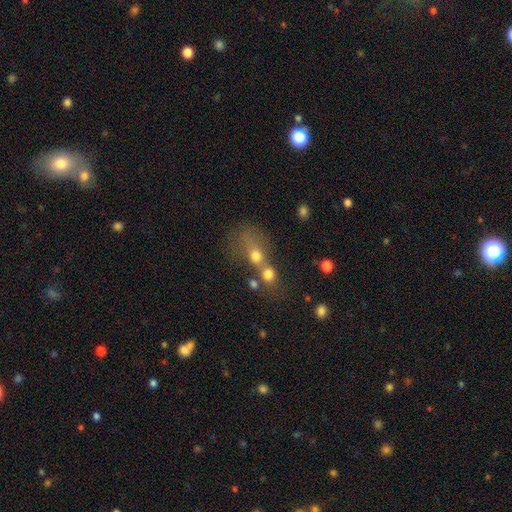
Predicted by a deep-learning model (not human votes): Morphology: type=smooth (67%); roundness=round (60%); merging=merger (58%).